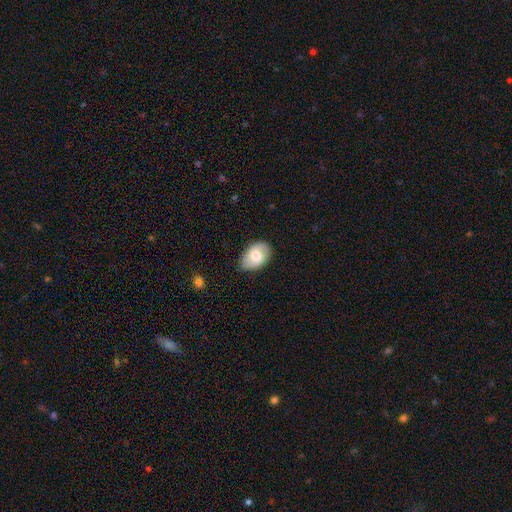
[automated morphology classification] The model was most divided on "smooth or featured": smooth: 67%, featured or disk: 27%, star or artifact: 6%. More confident: how rounded — in between (88%); merging — none (73%).